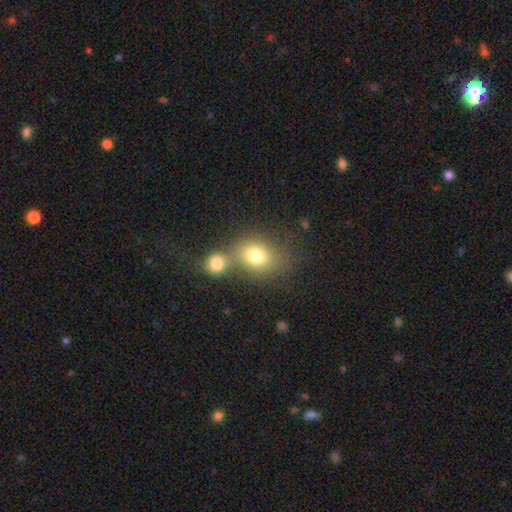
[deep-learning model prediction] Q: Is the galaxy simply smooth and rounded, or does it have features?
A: smooth — 76%.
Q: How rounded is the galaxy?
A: round — 52%.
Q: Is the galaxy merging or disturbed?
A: merger — 50%.